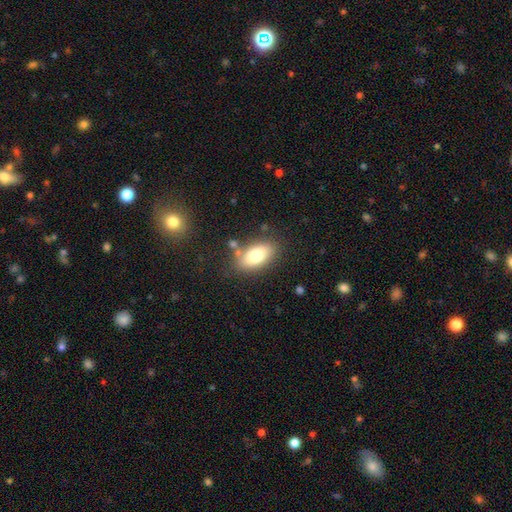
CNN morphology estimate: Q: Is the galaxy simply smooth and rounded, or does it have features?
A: smooth — 78%.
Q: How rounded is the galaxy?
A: in between — 91%.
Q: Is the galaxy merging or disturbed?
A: none — 77%.